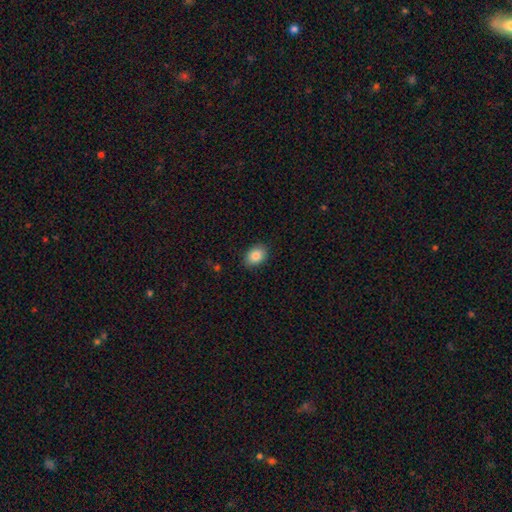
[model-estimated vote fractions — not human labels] A smooth galaxy with no disk features (86%) that is in between round and cigar-shaped (76%). Merging: none (88%).